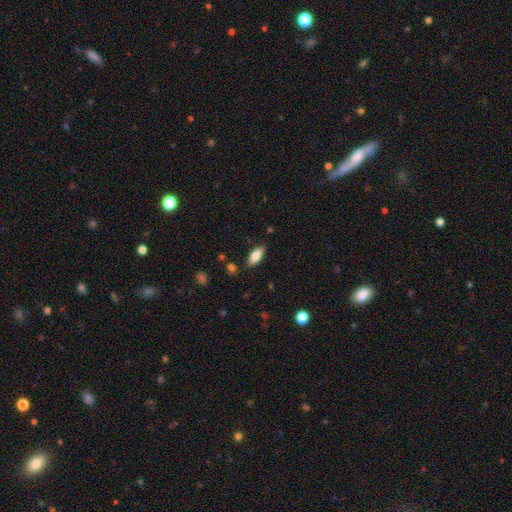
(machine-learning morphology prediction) Smooth or featured?
  - smooth: 81% *
  - featured or disk: 12%
  - star or artifact: 7%
How rounded?
  - in between: 82% *
  - cigar-shaped: 16%
  - round: 2%
Merging?
  - none: 83% *
  - minor disturbance: 13%
  - major disturbance: 3%
  - merger: 2%